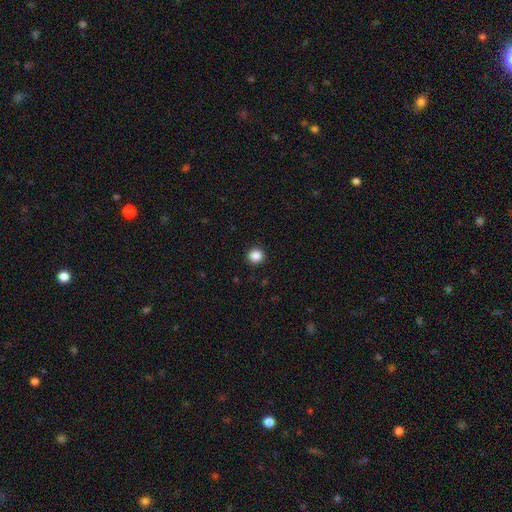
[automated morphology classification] A smooth galaxy with no disk features (87%) that is round (93%).

Vote fractions:
- Smooth or featured? smooth: 87% / star or artifact: 10% / featured or disk: 3%
- How rounded? round: 93% / in between: 6% / cigar-shaped: 1%
- Merging? none: 92% / minor disturbance: 5% / major disturbance: 2% / merger: 1%